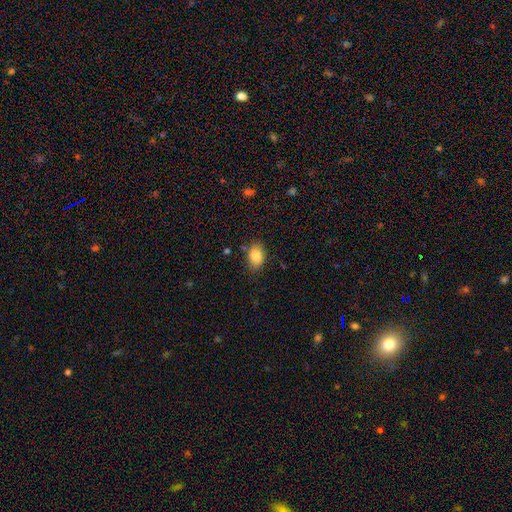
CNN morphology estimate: type=smooth (85%); roundness=in between (82%); merging=none (81%).